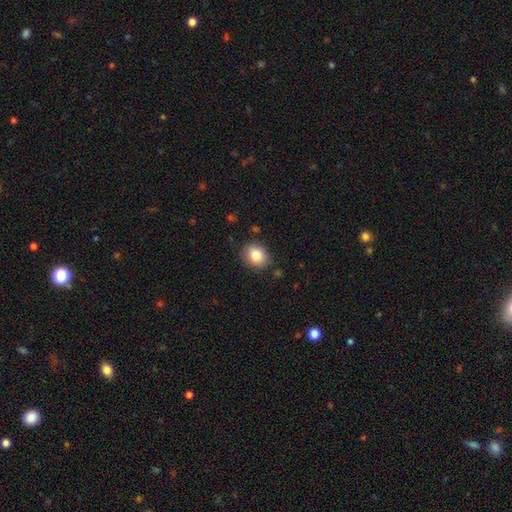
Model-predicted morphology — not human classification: Smooth or featured? Predicted: smooth (p=0.83). How rounded? Predicted: round (p=0.60). Merging? Predicted: none (p=0.83).